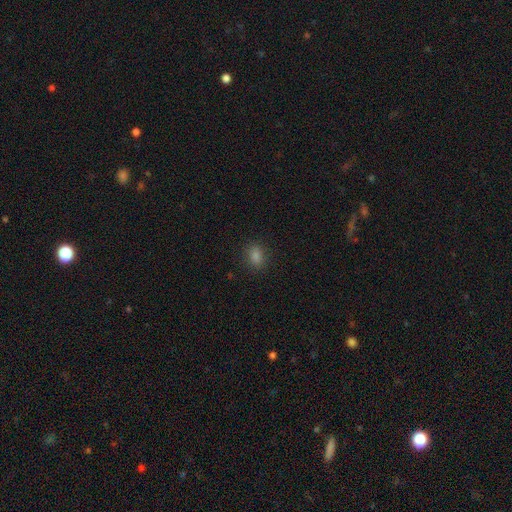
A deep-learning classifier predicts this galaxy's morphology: Q: Smooth or featured?
A: smooth (79%); runner-up: star or artifact (17%)
Q: How rounded?
A: in between (60%); runner-up: round (38%)
Q: Merging?
A: none (89%); runner-up: minor disturbance (8%)